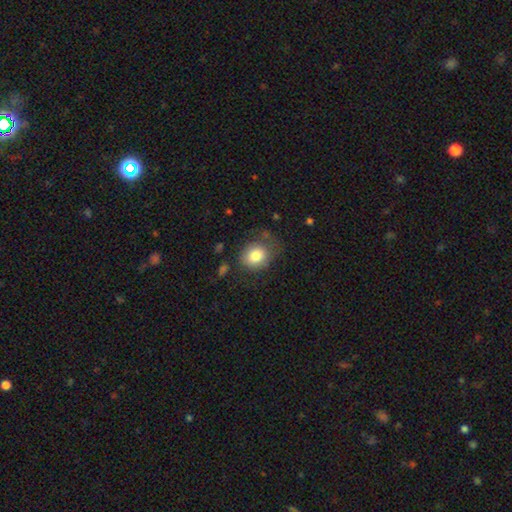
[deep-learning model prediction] smooth-or-featured: smooth: 82% | featured or disk: 10% | star or artifact: 9%
  how-rounded: round: 60% | in between: 39% | cigar-shaped: 1%
  merging: none: 66% | minor disturbance: 22% | major disturbance: 9% | merger: 3%